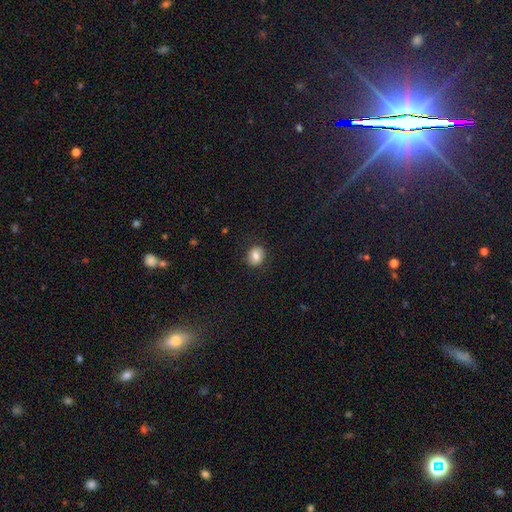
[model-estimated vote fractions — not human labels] smooth-or-featured: smooth: 80% | featured or disk: 11% | star or artifact: 9%
  how-rounded: round: 64% | in between: 35% | cigar-shaped: 1%
  merging: none: 86% | minor disturbance: 10% | major disturbance: 3% | merger: 1%